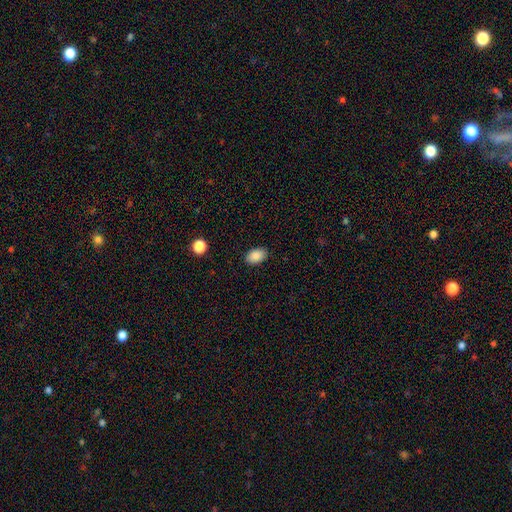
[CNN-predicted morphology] Smooth or featured? smooth (87%)
How rounded? in between (89%)
Merging? none (88%)